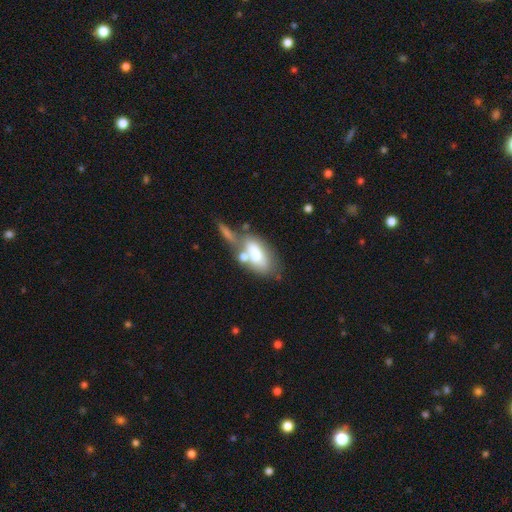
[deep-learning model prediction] A smooth galaxy with no disk features (69%) that is in between round and cigar-shaped (89%).

Vote fractions:
- Smooth or featured? smooth: 69% / featured or disk: 24% / star or artifact: 7%
- How rounded? in between: 89% / cigar-shaped: 7% / round: 5%
- Merging? none: 36% / merger: 34% / minor disturbance: 17% / major disturbance: 13%